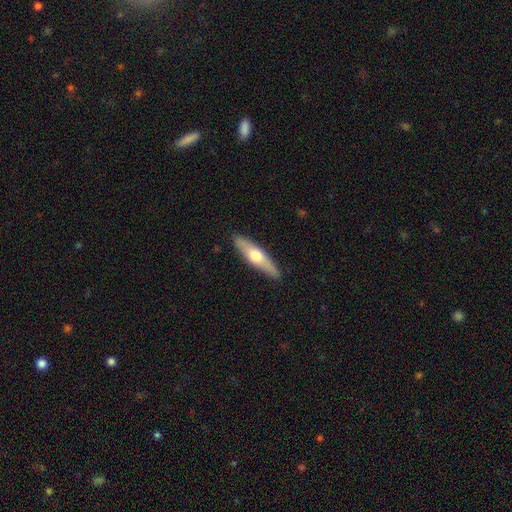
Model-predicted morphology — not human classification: Smooth or featured: featured or disk — 48% (smooth — 47%)
Merging: none — 89% (minor disturbance — 8%)